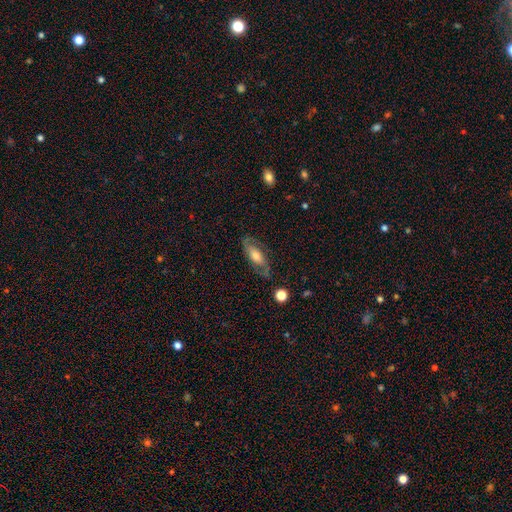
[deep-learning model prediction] Smooth or featured? featured or disk (58%)
Edge-on disk? no (82%)
Merging? none (74%)